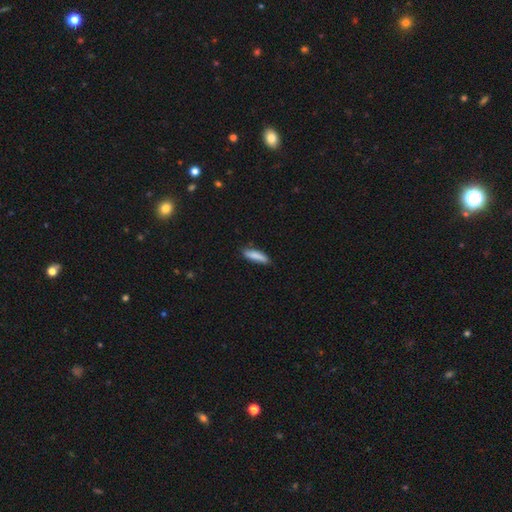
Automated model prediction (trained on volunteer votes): Q: Smooth or featured?
A: smooth (86%); runner-up: featured or disk (8%)
Q: How rounded?
A: cigar-shaped (71%); runner-up: in between (28%)
Q: Merging?
A: none (78%); runner-up: minor disturbance (18%)